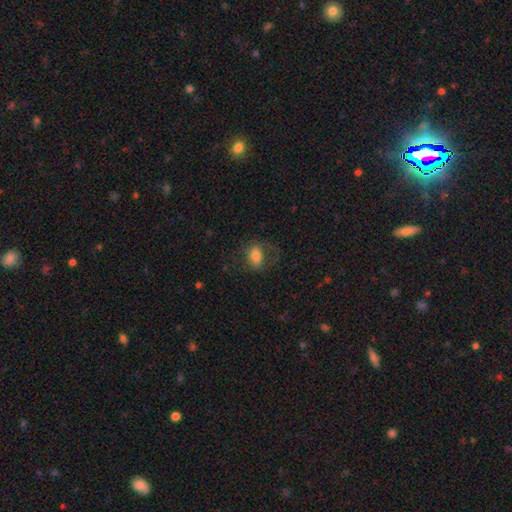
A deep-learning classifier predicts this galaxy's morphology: smooth_or_featured: smooth (p=0.64) [alt: featured or disk p=0.27]
how_rounded: in between (p=0.75) [alt: round p=0.23]
merging: none (p=0.53) [alt: major disturbance p=0.25]